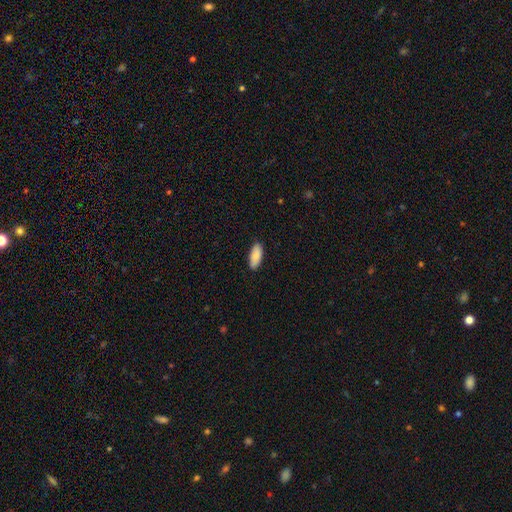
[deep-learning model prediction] Smooth or featured? smooth (88%)
How rounded? in between (84%)
Merging? none (88%)